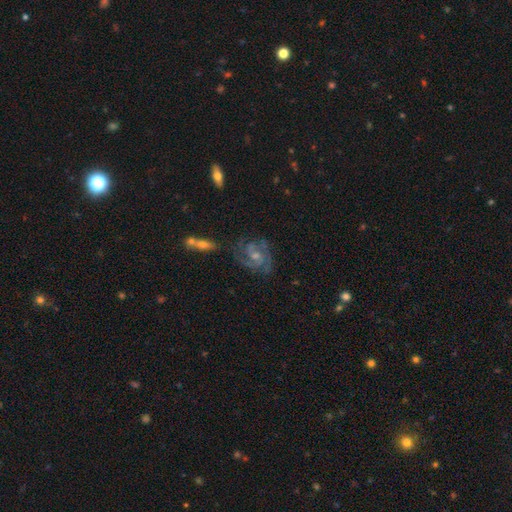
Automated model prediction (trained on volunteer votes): Smooth or featured: featured or disk — 80% (star or artifact — 10%)
Edge-on disk: no — 97% (yes — 3%)
Bar: no — 55% (weak — 38%)
Spiral arms: yes — 95% (no — 5%)
Spiral winding: tight — 45% (medium — 44%)
Spiral arm count: 2 — 35% (3 — 28%)
Bulge size: small — 51% (moderate — 42%)
Merging: none — 69% (minor disturbance — 17%)